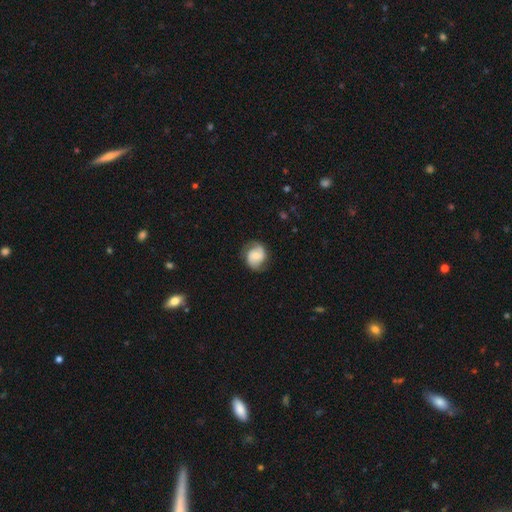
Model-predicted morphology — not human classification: type=featured or disk (56%); edge-on=no (97%); bar=no (56%); spiral arms=yes (87%); bulge=small (46%); merging=none (72%).